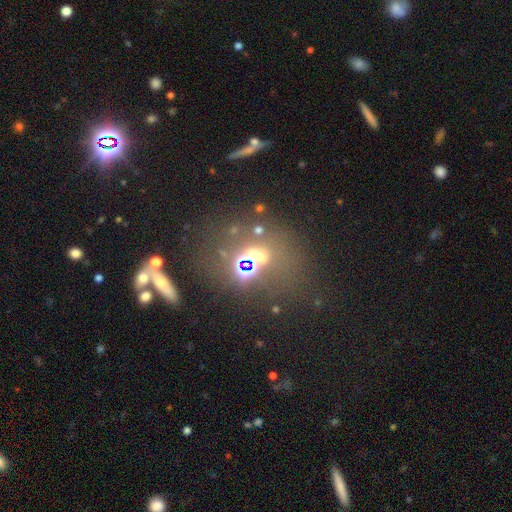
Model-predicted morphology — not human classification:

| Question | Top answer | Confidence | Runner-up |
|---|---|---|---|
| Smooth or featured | star or artifact | 55% | smooth (29%) |